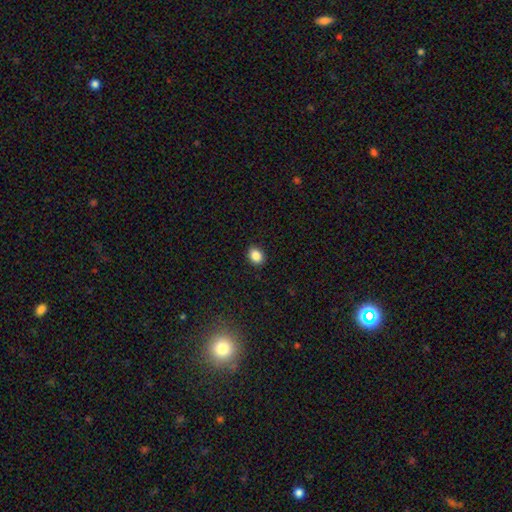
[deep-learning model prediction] Smooth or featured? smooth (87%)
How rounded? in between (54%)
Merging? none (90%)